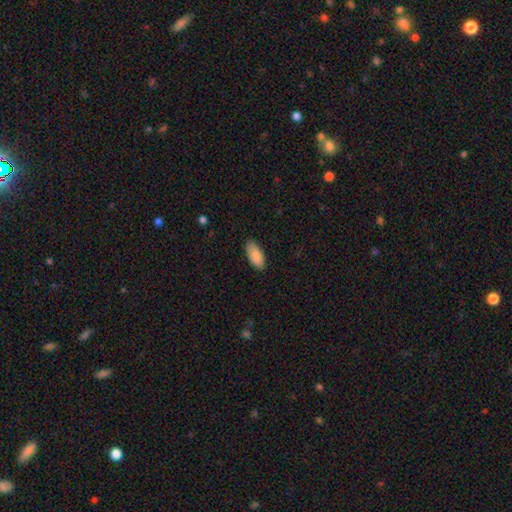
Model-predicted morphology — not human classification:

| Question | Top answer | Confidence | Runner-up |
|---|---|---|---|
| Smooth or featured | smooth | 89% | star or artifact (6%) |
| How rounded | in between | 91% | cigar-shaped (7%) |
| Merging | none | 86% | minor disturbance (11%) |